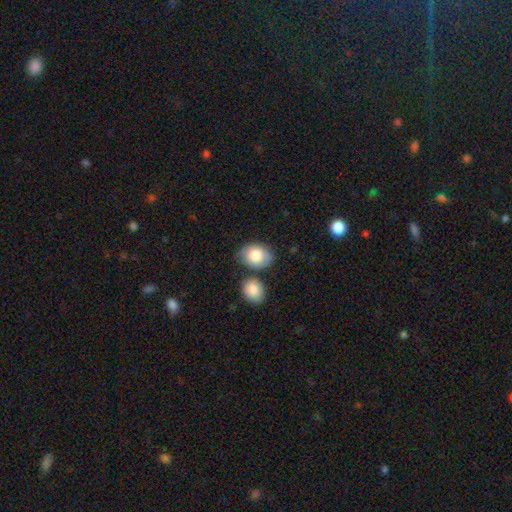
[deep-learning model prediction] smooth-or-featured: smooth: 80% | featured or disk: 14% | star or artifact: 6%
  how-rounded: in between: 71% | round: 28% | cigar-shaped: 1%
  merging: none: 59% | minor disturbance: 21% | merger: 14% | major disturbance: 5%